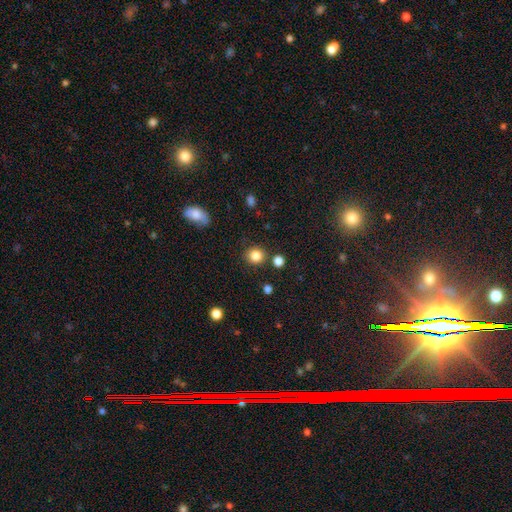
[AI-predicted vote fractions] smooth-or-featured: smooth: 84% | star or artifact: 11% | featured or disk: 5%
  how-rounded: round: 87% | in between: 12% | cigar-shaped: 1%
  merging: none: 85% | minor disturbance: 8% | merger: 5% | major disturbance: 3%